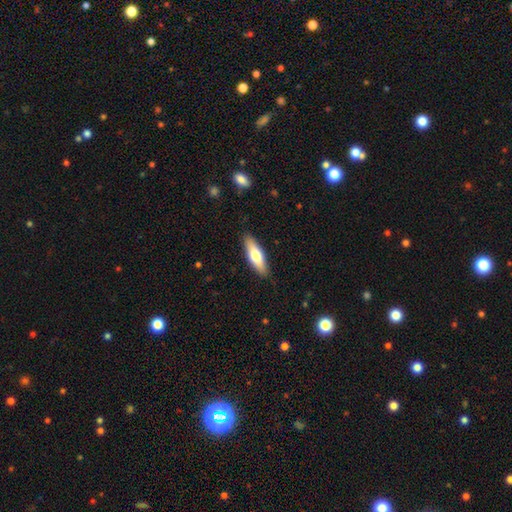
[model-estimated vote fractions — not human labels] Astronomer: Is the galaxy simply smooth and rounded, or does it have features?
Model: smooth — 62%.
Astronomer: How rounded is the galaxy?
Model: cigar-shaped — 51% (runner-up: in between, 47%).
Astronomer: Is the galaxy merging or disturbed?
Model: none — 88%.